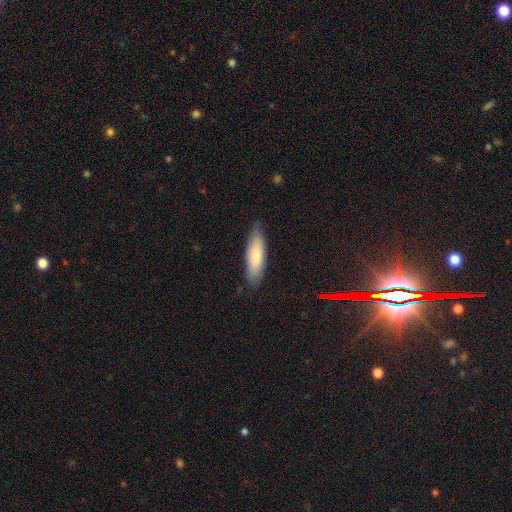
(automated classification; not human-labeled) Smooth or featured?
  - smooth: 75% *
  - featured or disk: 19%
  - star or artifact: 6%
How rounded?
  - cigar-shaped: 53% *
  - in between: 45%
  - round: 2%
Merging?
  - none: 80% *
  - minor disturbance: 17%
  - major disturbance: 3%
  - merger: 1%